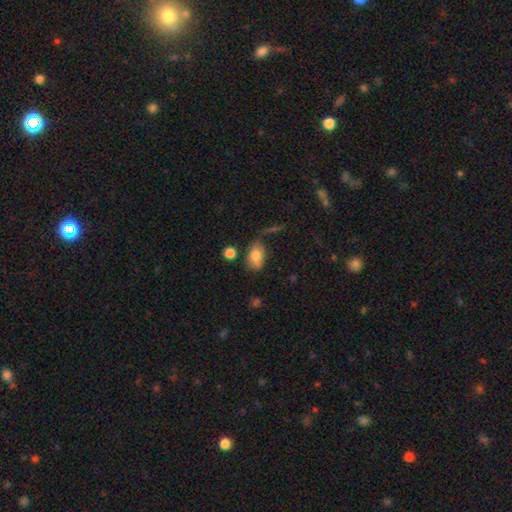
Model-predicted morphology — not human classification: A smooth galaxy with no disk features (77%) that is in between round and cigar-shaped (85%). Merging: none (55%).